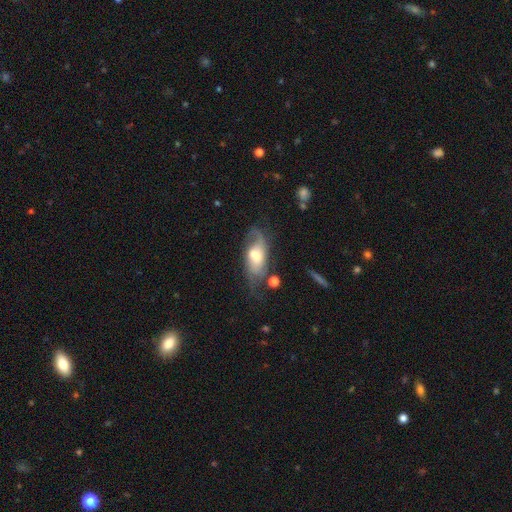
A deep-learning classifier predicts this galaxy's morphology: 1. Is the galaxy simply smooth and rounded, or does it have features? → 58% featured or disk, 35% smooth, 8% star or artifact.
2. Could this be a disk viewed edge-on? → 90% no, 10% yes.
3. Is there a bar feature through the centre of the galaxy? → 49% no, 40% weak, 11% strong.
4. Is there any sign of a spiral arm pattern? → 77% yes, 23% no.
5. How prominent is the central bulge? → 52% moderate, 25% large, 15% small, 5% none, 3% dominant.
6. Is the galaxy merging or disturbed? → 34% none, 28% major disturbance, 24% minor disturbance, 14% merger.